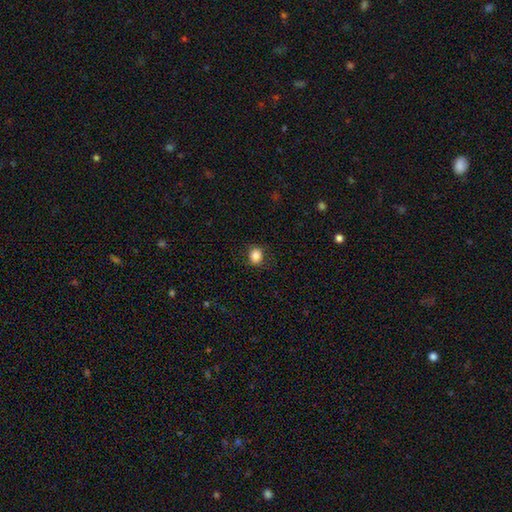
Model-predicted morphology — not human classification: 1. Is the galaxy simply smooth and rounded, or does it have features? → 85% smooth, 10% star or artifact, 5% featured or disk.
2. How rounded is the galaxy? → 60% round, 39% in between, 1% cigar-shaped.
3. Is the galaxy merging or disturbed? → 86% none, 10% minor disturbance, 3% major disturbance, 1% merger.